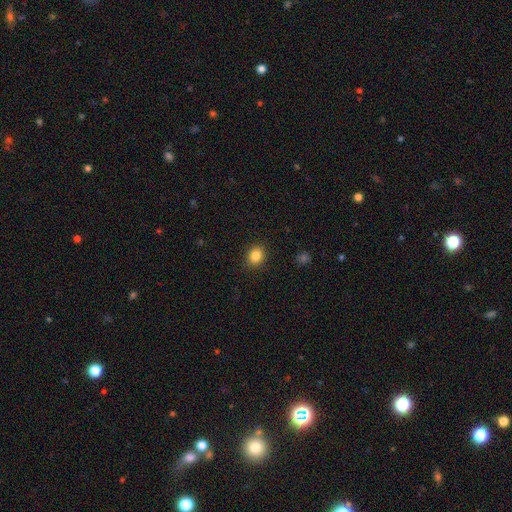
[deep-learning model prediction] smooth-or-featured: smooth: 85% | star or artifact: 10% | featured or disk: 5%
  how-rounded: round: 62% | in between: 37% | cigar-shaped: 1%
  merging: none: 90% | minor disturbance: 7% | major disturbance: 2% | merger: 1%